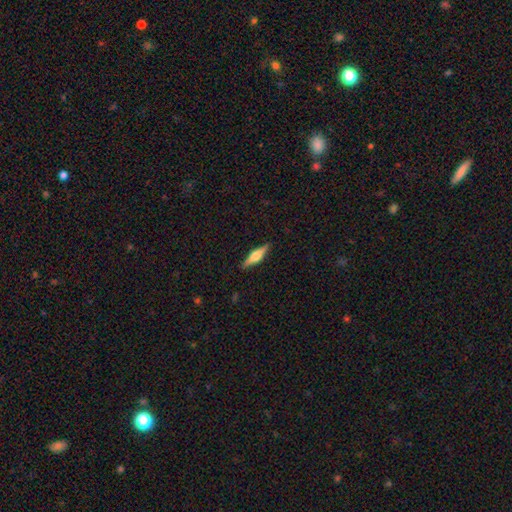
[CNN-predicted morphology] Smooth or featured?
  - featured or disk: 61% *
  - smooth: 33%
  - star or artifact: 6%
Edge-on disk?
  - yes: 97% *
  - no: 3%
Edge-on bulge?
  - rounded: 83% *
  - boxy: 14%
  - none: 3%
Merging?
  - none: 90% *
  - minor disturbance: 7%
  - major disturbance: 2%
  - merger: 1%